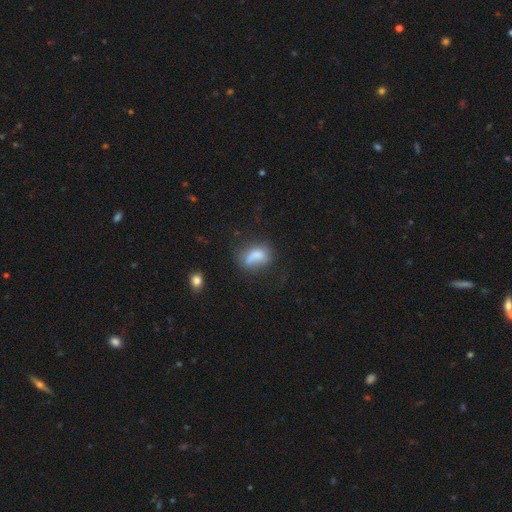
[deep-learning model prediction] smooth-or-featured: smooth: 70% | featured or disk: 19% | star or artifact: 11%
  how-rounded: in between: 80% | round: 14% | cigar-shaped: 6%
  merging: none: 37% | minor disturbance: 28% | major disturbance: 26% | merger: 9%